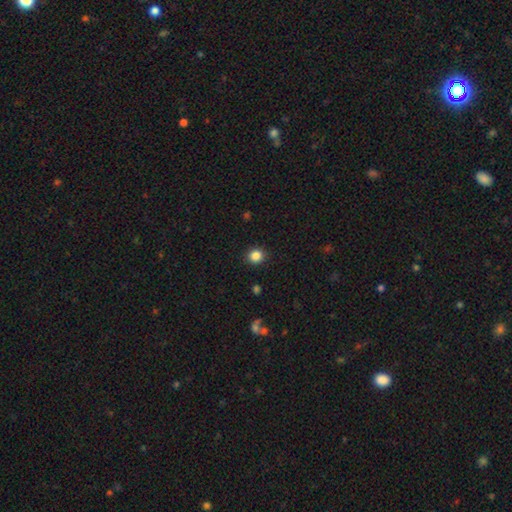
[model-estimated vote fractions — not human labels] smooth-or-featured: smooth: 85% | star or artifact: 11% | featured or disk: 4%
  how-rounded: round: 85% | in between: 14% | cigar-shaped: 1%
  merging: none: 91% | minor disturbance: 6% | major disturbance: 2% | merger: 1%